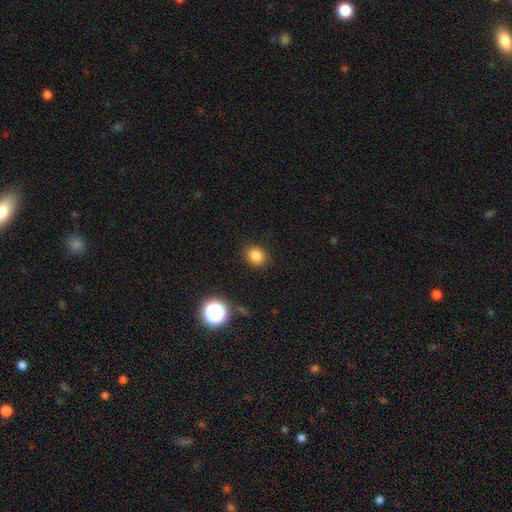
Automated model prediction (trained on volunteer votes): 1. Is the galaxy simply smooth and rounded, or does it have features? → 82% smooth, 13% star or artifact, 5% featured or disk.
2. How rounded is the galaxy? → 67% round, 32% in between, 1% cigar-shaped.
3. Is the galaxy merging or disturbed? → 87% none, 9% minor disturbance, 3% major disturbance, 1% merger.